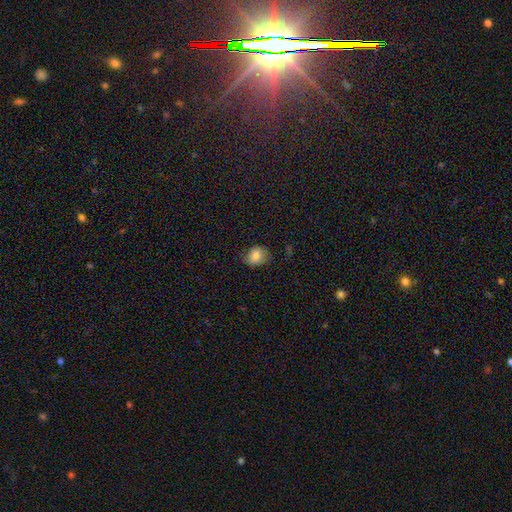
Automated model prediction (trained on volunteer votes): The model was most divided on "how rounded": round: 50%, in between: 49%, cigar-shaped: 1%. More confident: smooth or featured — smooth (80%); merging — none (70%).